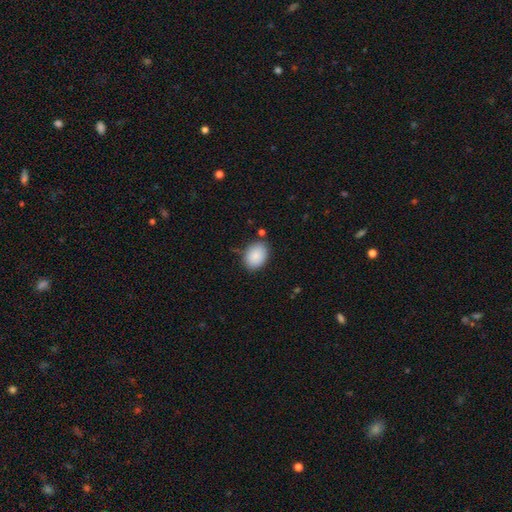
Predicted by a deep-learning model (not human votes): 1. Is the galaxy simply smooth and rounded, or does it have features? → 89% smooth, 7% star or artifact, 5% featured or disk.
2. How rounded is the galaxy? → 70% in between, 29% round, 1% cigar-shaped.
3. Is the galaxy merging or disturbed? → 80% none, 14% minor disturbance, 3% major disturbance, 3% merger.